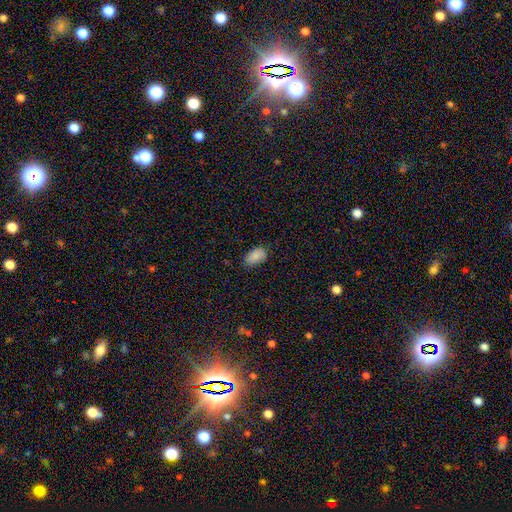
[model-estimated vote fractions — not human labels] Smooth or featured: smooth — 87% (star or artifact — 8%)
How rounded: in between — 93% (round — 5%)
Merging: none — 77% (minor disturbance — 19%)